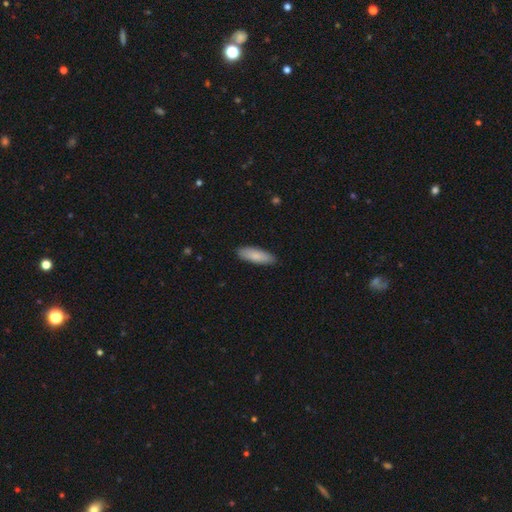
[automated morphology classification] smooth 84%, featured or disk 11%, star or artifact 5%. Down the decision tree: how rounded — in between (58%); merging — none (88%).